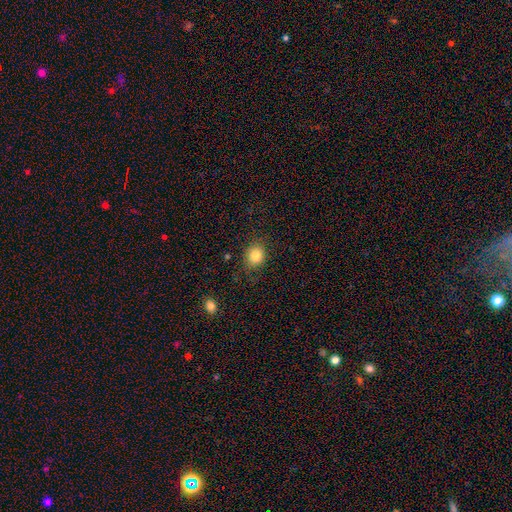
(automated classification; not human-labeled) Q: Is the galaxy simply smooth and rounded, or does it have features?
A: smooth — 82%.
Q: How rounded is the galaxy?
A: round — 65%.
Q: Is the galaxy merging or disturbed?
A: none — 82%.